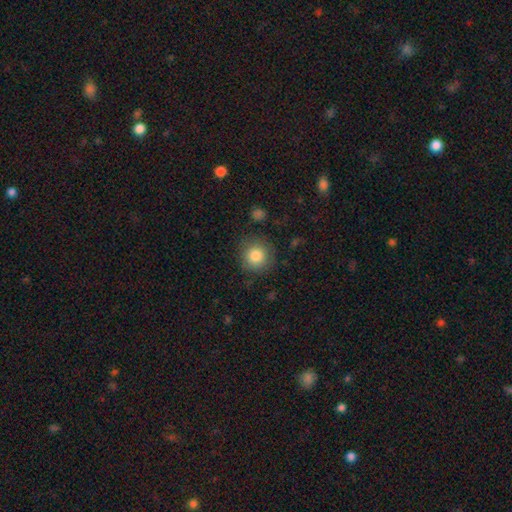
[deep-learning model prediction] A smooth galaxy with no disk features (83%) that is round (93%).

Vote fractions:
- Smooth or featured? smooth: 83% / star or artifact: 10% / featured or disk: 7%
- How rounded? round: 93% / in between: 6% / cigar-shaped: 1%
- Merging? none: 85% / minor disturbance: 10% / major disturbance: 3% / merger: 2%